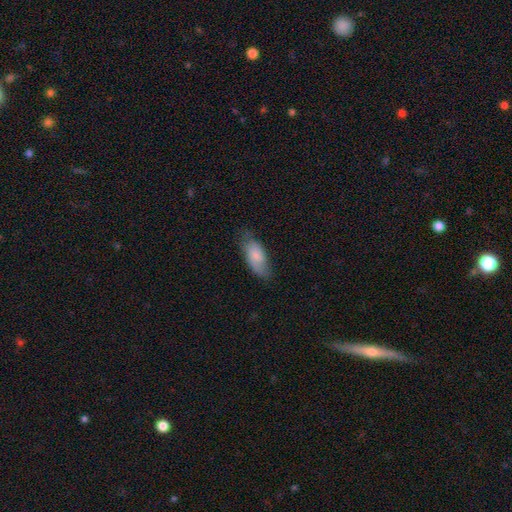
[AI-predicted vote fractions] A smooth galaxy with no disk features (73%) that is in between round and cigar-shaped (89%). Merging: none (63%).